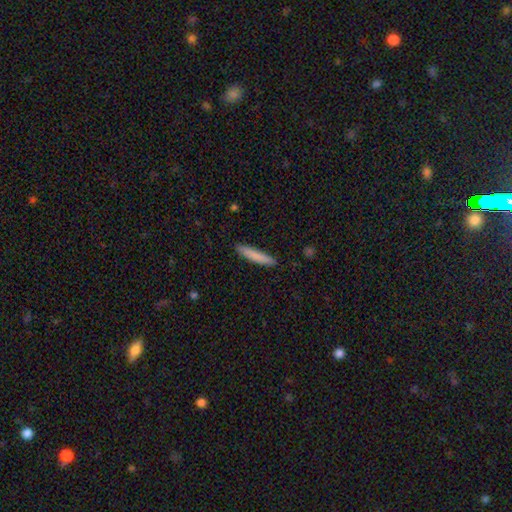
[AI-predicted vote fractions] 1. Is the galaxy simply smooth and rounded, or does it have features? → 83% smooth, 12% featured or disk, 6% star or artifact.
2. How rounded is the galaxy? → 92% cigar-shaped, 7% in between, 1% round.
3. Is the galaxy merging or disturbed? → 89% none, 8% minor disturbance, 2% major disturbance, 1% merger.